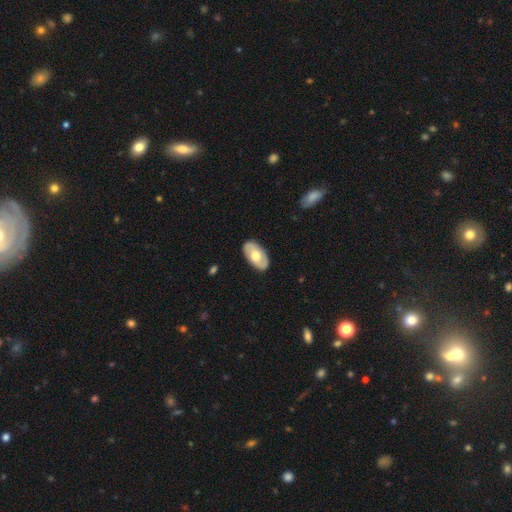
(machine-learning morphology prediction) smooth_or_featured: smooth (p=0.50) [alt: featured or disk p=0.45]
how_rounded: in between (p=0.94) [alt: round p=0.04]
merging: none (p=0.87) [alt: minor disturbance p=0.10]